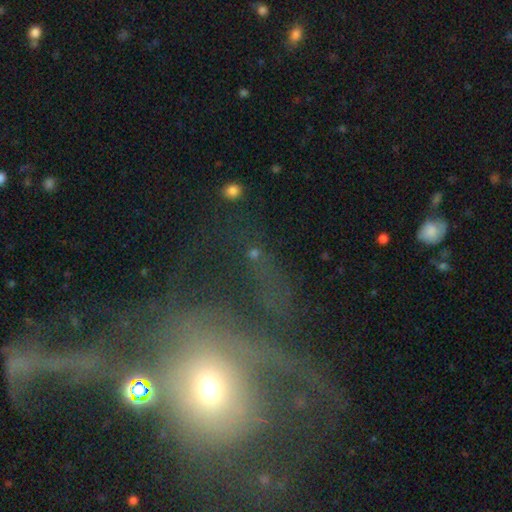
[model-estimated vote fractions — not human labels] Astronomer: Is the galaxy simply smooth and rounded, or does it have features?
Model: featured or disk — 47% (runner-up: smooth, 30%).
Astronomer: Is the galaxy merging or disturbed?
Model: none — 45% (runner-up: major disturbance, 34%).